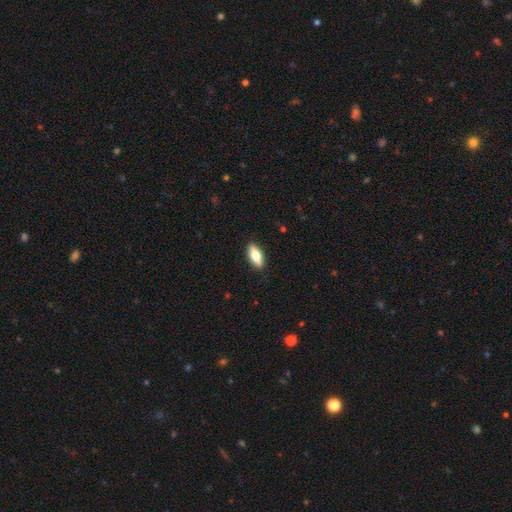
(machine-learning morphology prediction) Smooth or featured? Predicted: smooth (p=0.68). How rounded? Predicted: in between (p=0.75). Merging? Predicted: none (p=0.89).